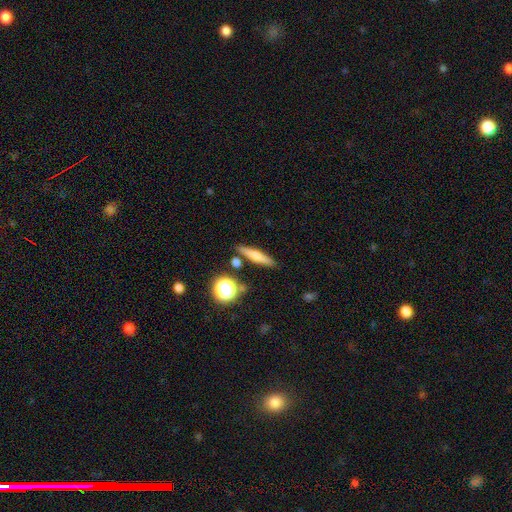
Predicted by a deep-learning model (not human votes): Smooth or featured? Predicted: smooth (p=0.55). How rounded? Predicted: cigar-shaped (p=0.77). Merging? Predicted: none (p=0.83).